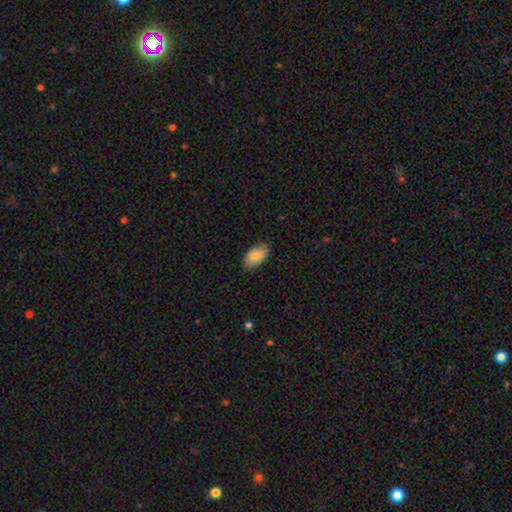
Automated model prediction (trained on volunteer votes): Q: Smooth or featured?
A: smooth (82%); runner-up: featured or disk (12%)
Q: How rounded?
A: in between (94%); runner-up: round (3%)
Q: Merging?
A: none (83%); runner-up: minor disturbance (14%)